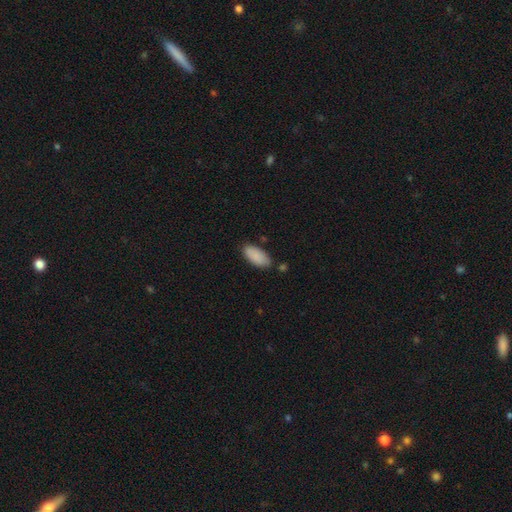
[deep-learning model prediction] Smooth or featured? smooth (89%)
How rounded? in between (91%)
Merging? none (79%)